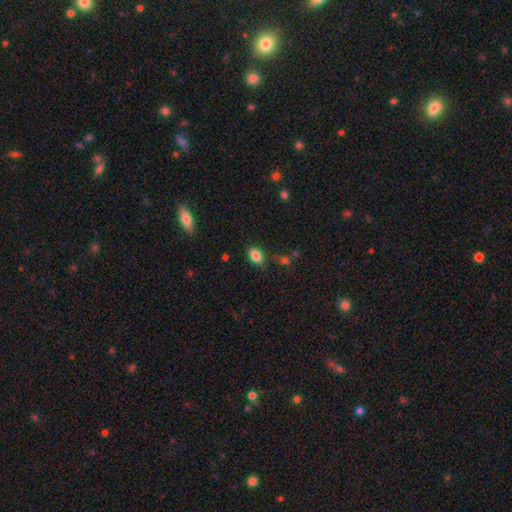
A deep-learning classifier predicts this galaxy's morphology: This appears to be a smooth galaxy with no disk features (84%) that is in between round and cigar-shaped (82%). Merging: none (73%).